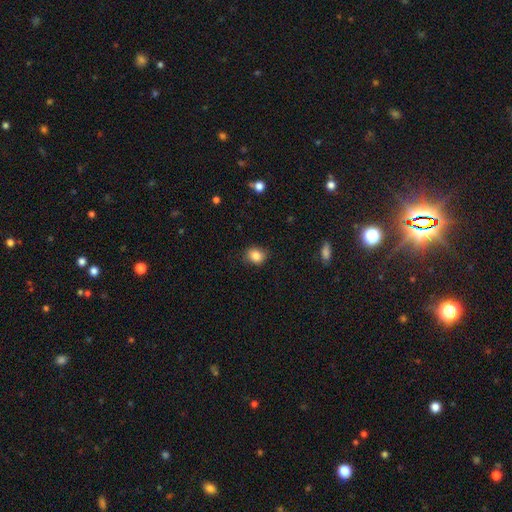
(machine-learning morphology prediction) Smooth or featured?
  - smooth: 85% *
  - star or artifact: 9%
  - featured or disk: 5%
How rounded?
  - round: 57% *
  - in between: 42%
  - cigar-shaped: 1%
Merging?
  - none: 83% *
  - minor disturbance: 13%
  - major disturbance: 3%
  - merger: 1%